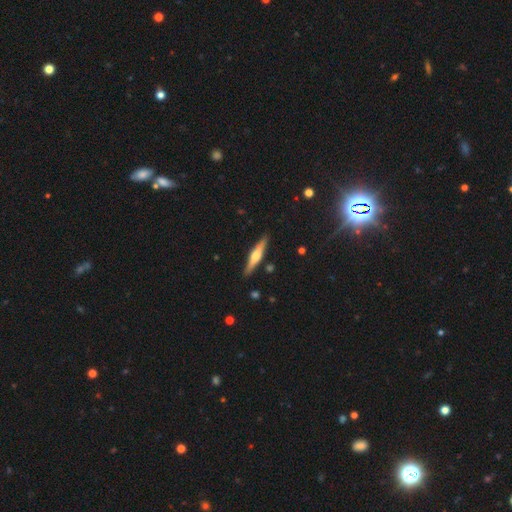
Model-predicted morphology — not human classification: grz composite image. It shows a featured or disk galaxy (61%) viewed edge-on (97%) with a rounded central bulge (86%). Merging: none (89%).